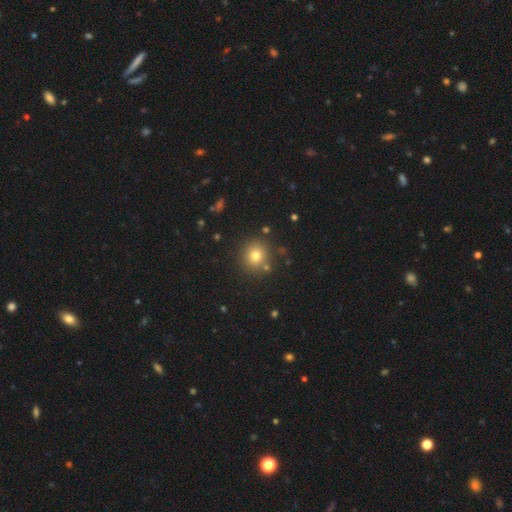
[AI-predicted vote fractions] Morphology: type=smooth (75%); roundness=round (87%); merging=none (84%).